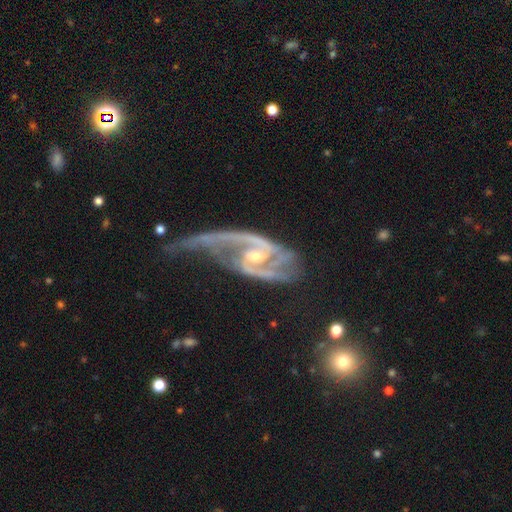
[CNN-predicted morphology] A featured or disk galaxy (92%) with a weak bar (43%), 2 (79%) medium (50%) spiral arms (98%) and a small central bulge (58%). Merging: major disturbance (37%).